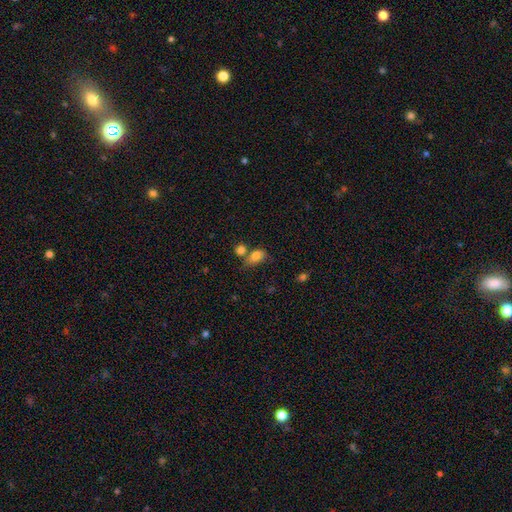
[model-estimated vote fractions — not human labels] A smooth galaxy with no disk features (80%) that is in between round and cigar-shaped (82%).

Vote fractions:
- Smooth or featured? smooth: 80% / star or artifact: 10% / featured or disk: 10%
- How rounded? in between: 82% / round: 15% / cigar-shaped: 3%
- Merging? none: 42% / merger: 31% / minor disturbance: 19% / major disturbance: 8%